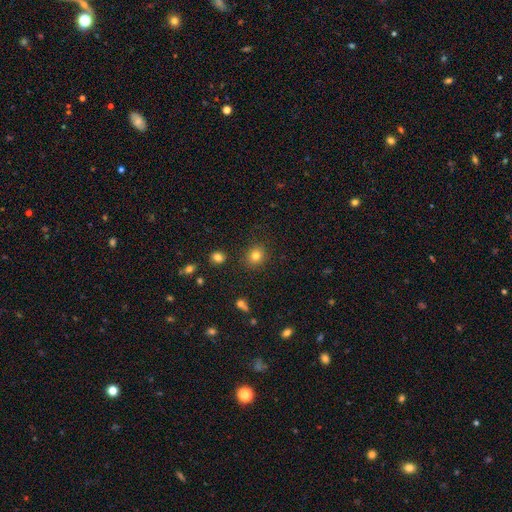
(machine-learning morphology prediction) Q: Smooth or featured?
A: smooth (80%); runner-up: star or artifact (13%)
Q: How rounded?
A: round (81%); runner-up: in between (18%)
Q: Merging?
A: none (87%); runner-up: minor disturbance (8%)